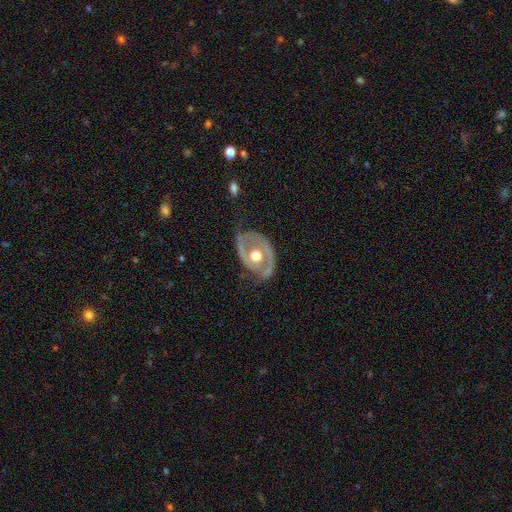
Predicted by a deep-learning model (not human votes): A featured or disk galaxy (79%) with no bar (82%), spiral arms (65%) and a moderate central bulge (76%). Merging: none (60%).